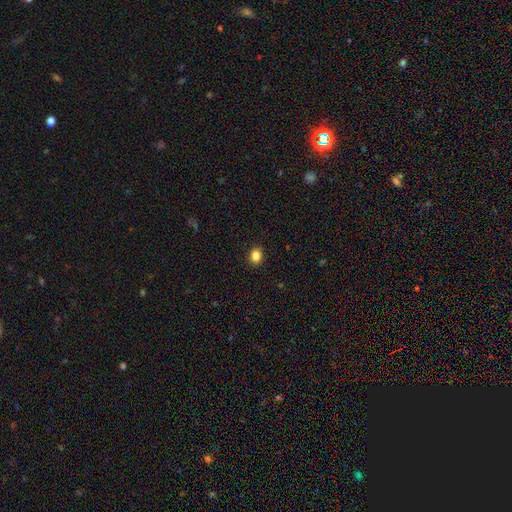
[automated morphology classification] The model was most divided on "how rounded": round: 57%, in between: 42%, cigar-shaped: 1%. More confident: merging — none (91%); smooth or featured — smooth (85%).